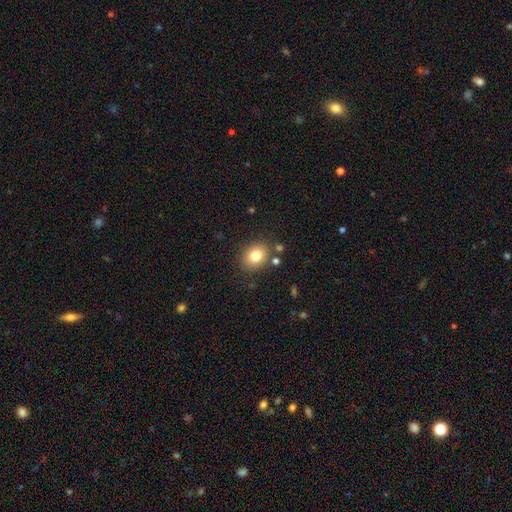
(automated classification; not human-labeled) smooth-or-featured: smooth: 80% | star or artifact: 10% | featured or disk: 10%
  how-rounded: round: 51% | in between: 48% | cigar-shaped: 1%
  merging: none: 82% | minor disturbance: 10% | merger: 5% | major disturbance: 3%